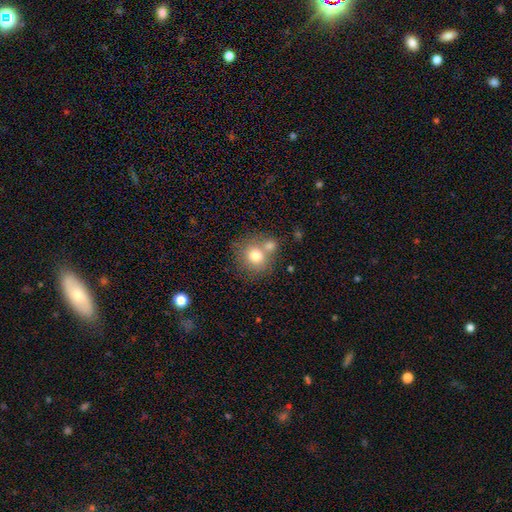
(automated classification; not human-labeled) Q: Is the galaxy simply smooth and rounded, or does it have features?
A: smooth — 76%.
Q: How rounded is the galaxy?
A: round — 83%.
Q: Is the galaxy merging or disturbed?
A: none — 53%.